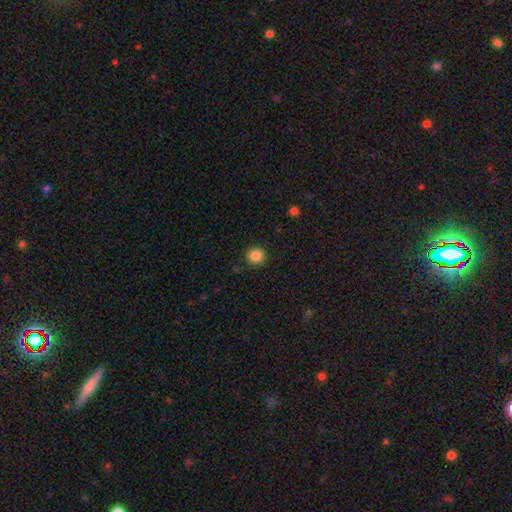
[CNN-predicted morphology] A smooth galaxy with no disk features (87%) that is round (92%).

Vote fractions:
- Smooth or featured? smooth: 87% / star or artifact: 10% / featured or disk: 3%
- How rounded? round: 92% / in between: 7% / cigar-shaped: 1%
- Merging? none: 89% / minor disturbance: 8% / major disturbance: 2% / merger: 1%